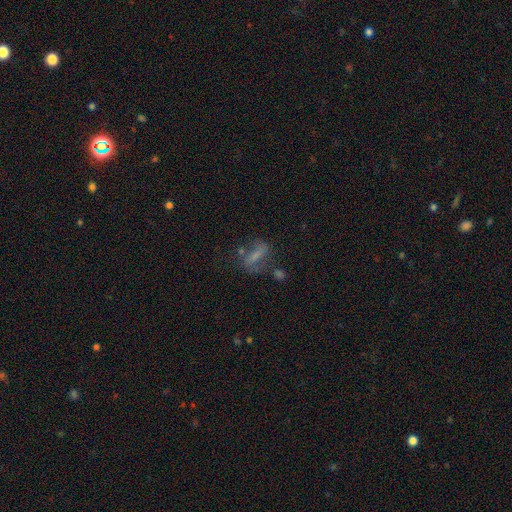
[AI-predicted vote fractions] The model was most divided on "smooth or featured": smooth: 44%, featured or disk: 40%, star or artifact: 16%. More confident: merging — none (52%).